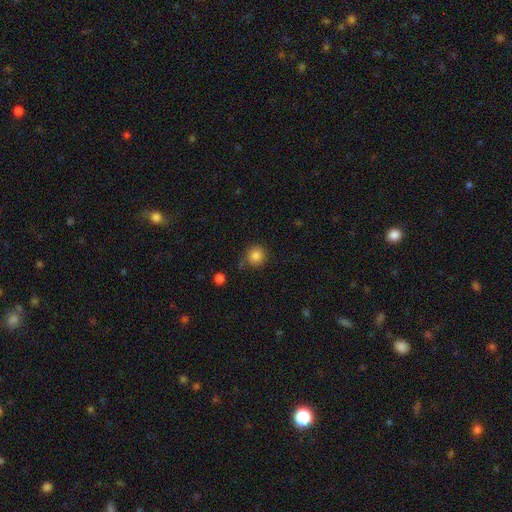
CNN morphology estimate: Overall: smooth (84%). How rounded: round (93%). Merging: none (80%).